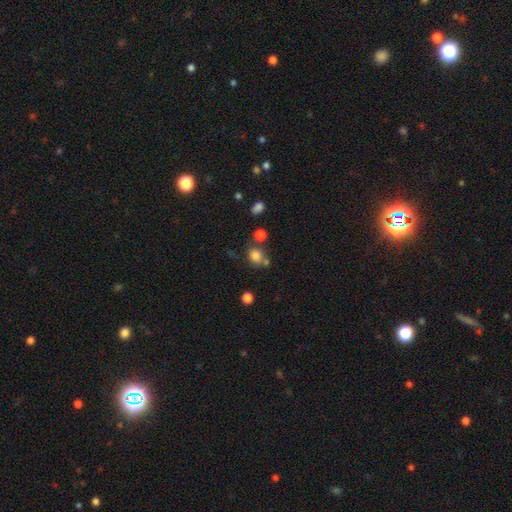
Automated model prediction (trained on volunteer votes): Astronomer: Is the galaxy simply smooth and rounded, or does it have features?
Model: smooth — 80%.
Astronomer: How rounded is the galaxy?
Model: round — 69%.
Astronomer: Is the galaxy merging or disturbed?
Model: none — 58%.